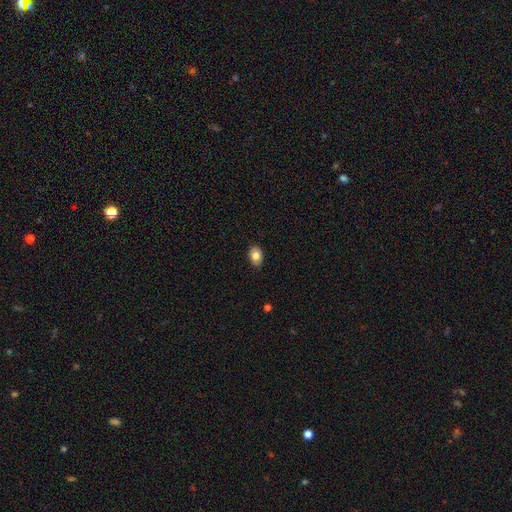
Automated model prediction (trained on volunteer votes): Smooth or featured? Predicted: smooth (p=0.78). How rounded? Predicted: in between (p=0.81). Merging? Predicted: none (p=0.86).